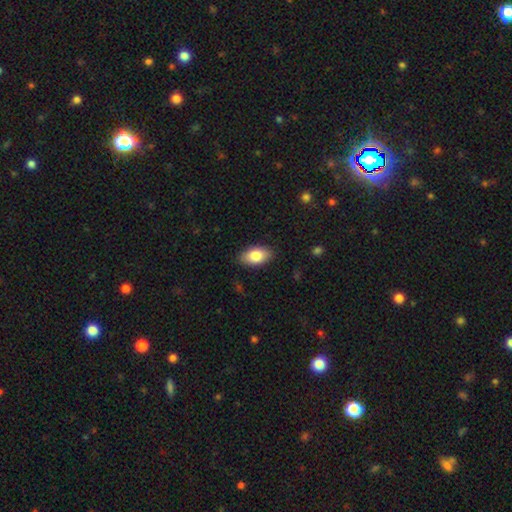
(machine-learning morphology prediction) Smooth or featured? smooth (83%)
How rounded? in between (92%)
Merging? none (87%)